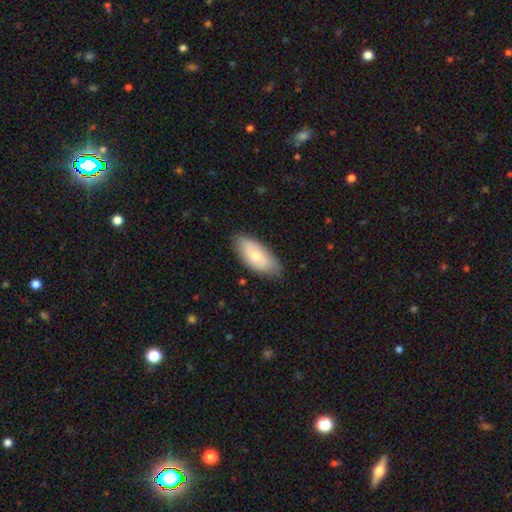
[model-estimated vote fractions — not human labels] A smooth galaxy with no disk features (66%) that is in between round and cigar-shaped (88%). Merging: none (78%).